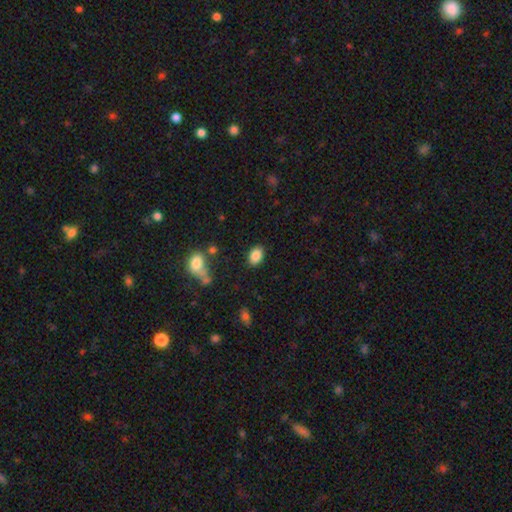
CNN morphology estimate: smooth_or_featured: smooth (p=0.86) [alt: star or artifact p=0.08]
how_rounded: in between (p=0.84) [alt: round p=0.14]
merging: none (p=0.84) [alt: minor disturbance p=0.10]